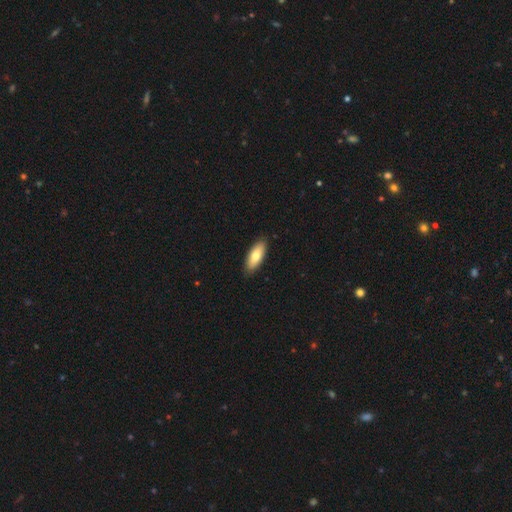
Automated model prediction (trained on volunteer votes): This is likely a smooth galaxy (77%). How rounded: likely in between (77%). Merging: clearly none (88%).